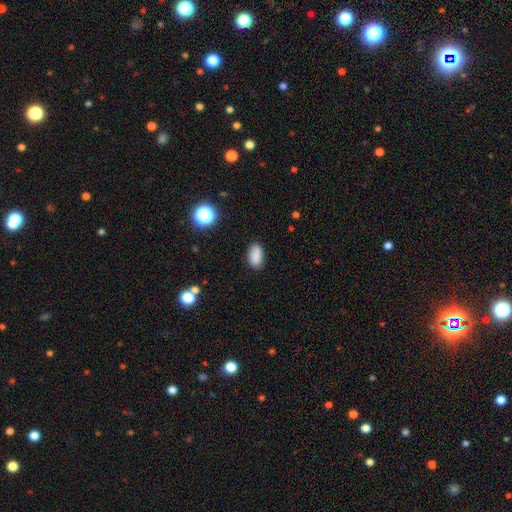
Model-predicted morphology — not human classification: type=smooth (86%); roundness=in between (91%); merging=none (83%).